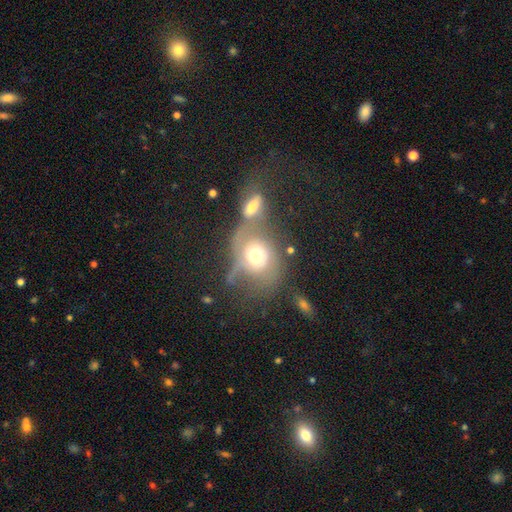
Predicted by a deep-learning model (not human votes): Q: Smooth or featured?
A: featured or disk (47%); runner-up: smooth (43%)
Q: Merging?
A: merger (54%); runner-up: none (18%)